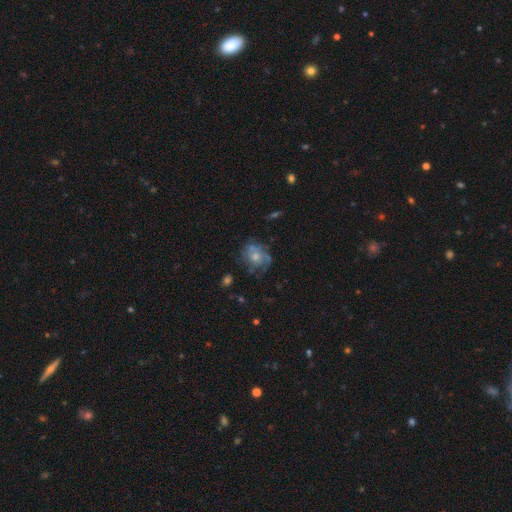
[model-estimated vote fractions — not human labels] smooth_or_featured: featured or disk (p=0.55) [alt: smooth p=0.35]
disk_edge_on: no (p=0.97) [alt: yes p=0.03]
bar: no (p=0.84) [alt: weak p=0.14]
has_spiral_arms: yes (p=0.58) [alt: no p=0.42]
bulge_size: moderate (p=0.52) [alt: small p=0.34]
merging: none (p=0.54) [alt: minor disturbance p=0.24]